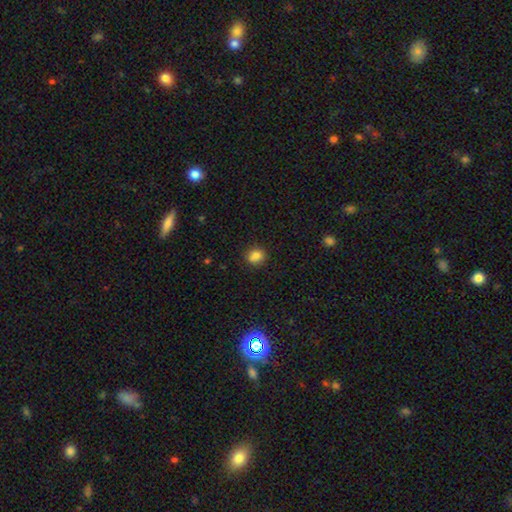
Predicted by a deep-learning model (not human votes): Q: Smooth or featured?
A: smooth (83%); runner-up: star or artifact (12%)
Q: How rounded?
A: round (75%); runner-up: in between (24%)
Q: Merging?
A: none (83%); runner-up: minor disturbance (12%)